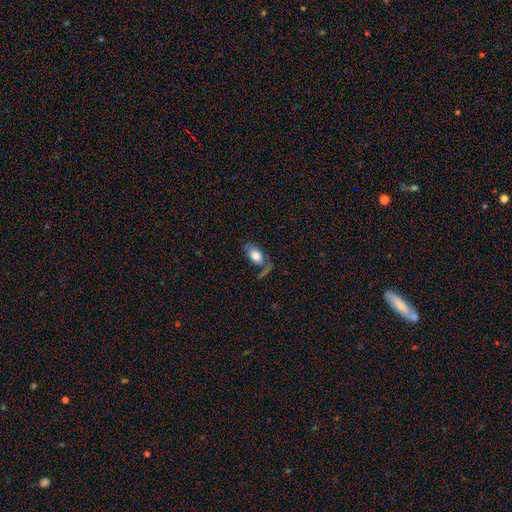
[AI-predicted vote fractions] A smooth galaxy with no disk features (72%) that is in between round and cigar-shaped (91%). Merging: none (49%).